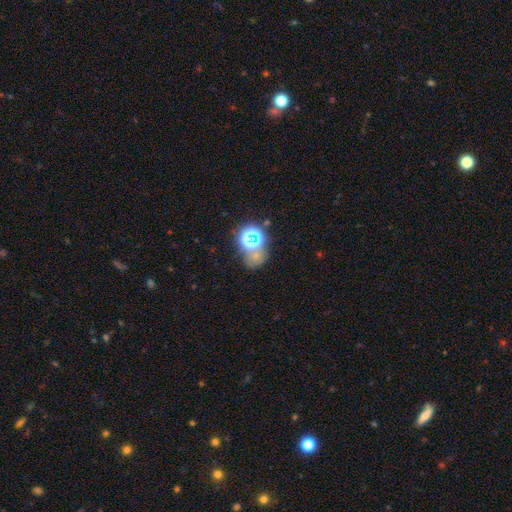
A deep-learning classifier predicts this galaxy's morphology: The model was most divided on "smooth or featured": star or artifact: 44%, smooth: 42%, featured or disk: 14%.